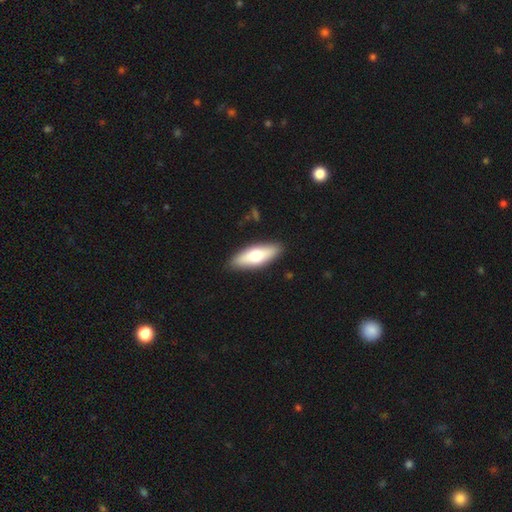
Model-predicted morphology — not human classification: This is likely a smooth galaxy (63%). How rounded: likely in between (62%). Merging: clearly none (89%).